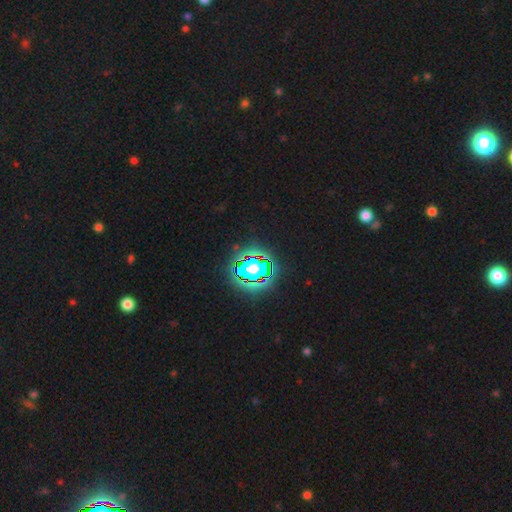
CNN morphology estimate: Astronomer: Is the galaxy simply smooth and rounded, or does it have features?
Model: star or artifact — 82%.